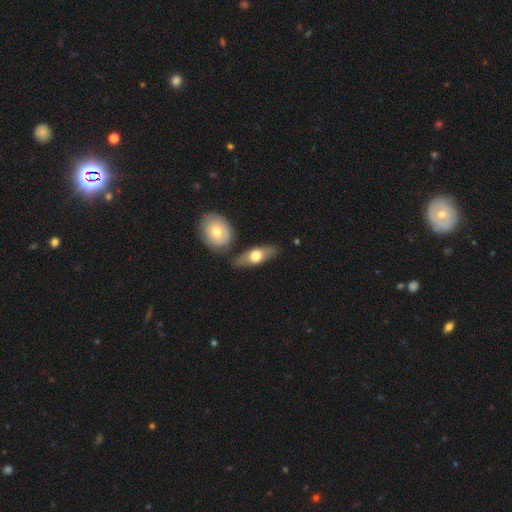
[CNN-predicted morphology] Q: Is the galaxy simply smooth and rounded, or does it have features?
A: smooth — 58%.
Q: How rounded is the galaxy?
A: in between — 72%.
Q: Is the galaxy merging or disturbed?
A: none — 71%.